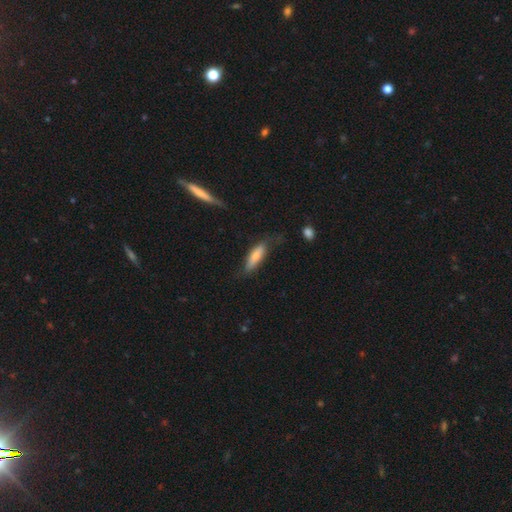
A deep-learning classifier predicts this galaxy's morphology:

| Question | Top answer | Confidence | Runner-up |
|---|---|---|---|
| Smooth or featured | smooth | 69% | featured or disk (25%) |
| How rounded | cigar-shaped | 53% | in between (45%) |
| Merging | none | 63% | minor disturbance (25%) |